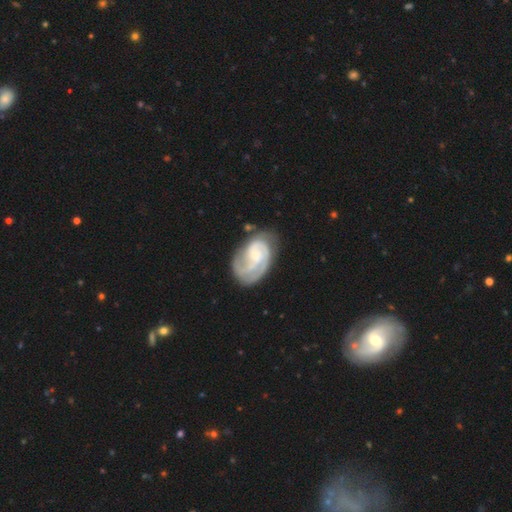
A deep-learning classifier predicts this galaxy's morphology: featured or disk 83%, smooth 12%, star or artifact 5%. Down the decision tree: edge-on disk — no (98%); bar — no (61%); spiral arms — yes (95%); spiral arm count — 2 (41%); spiral winding — tight (52%); bulge size — small (65%); merging — none (59%).